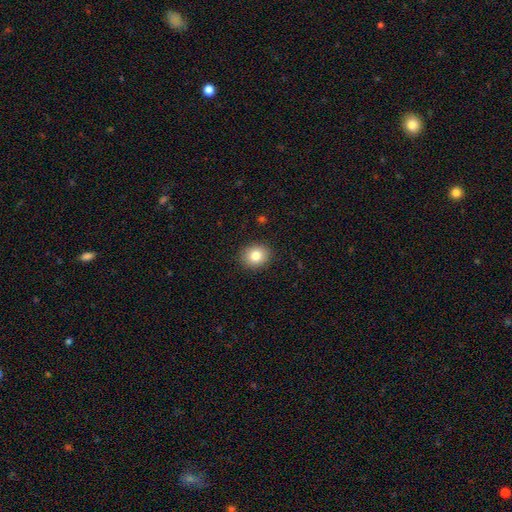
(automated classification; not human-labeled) Smooth or featured? Predicted: smooth (p=0.82). How rounded? Predicted: round (p=0.72). Merging? Predicted: none (p=0.90).